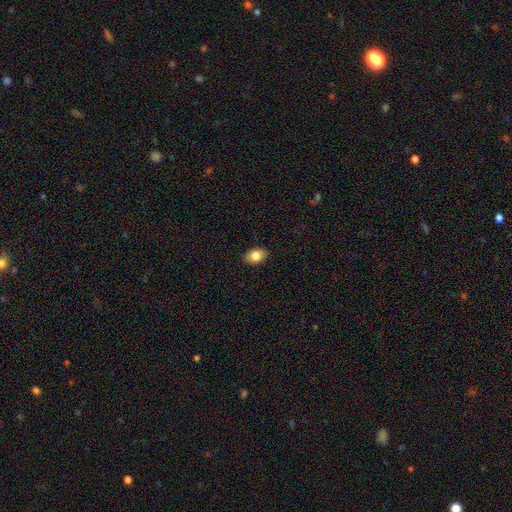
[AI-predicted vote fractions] Smooth or featured?
  - smooth: 82% *
  - featured or disk: 10%
  - star or artifact: 8%
How rounded?
  - in between: 84% *
  - round: 14%
  - cigar-shaped: 1%
Merging?
  - none: 88% *
  - minor disturbance: 9%
  - major disturbance: 2%
  - merger: 1%